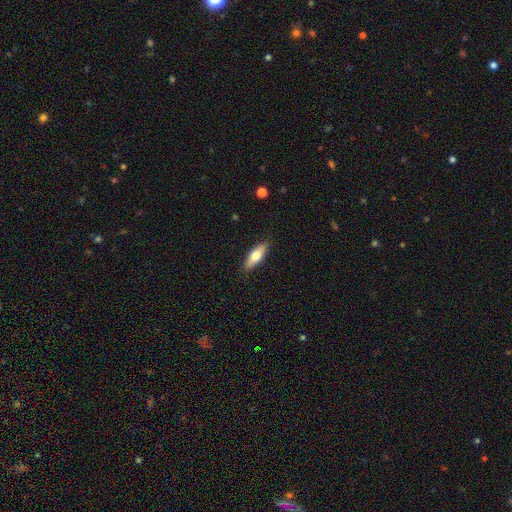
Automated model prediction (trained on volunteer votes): Smooth or featured? smooth (63%)
How rounded? in between (55%)
Merging? none (88%)